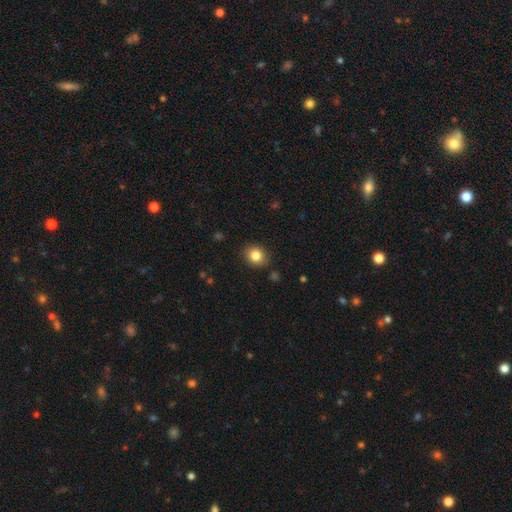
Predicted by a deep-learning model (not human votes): Smooth or featured? smooth (83%)
How rounded? round (68%)
Merging? none (88%)